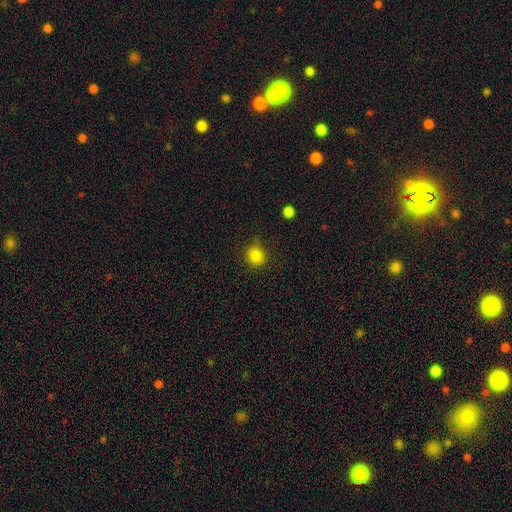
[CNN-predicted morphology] Smooth or featured? Predicted: smooth (p=0.84). How rounded? Predicted: round (p=0.87). Merging? Predicted: none (p=0.81).